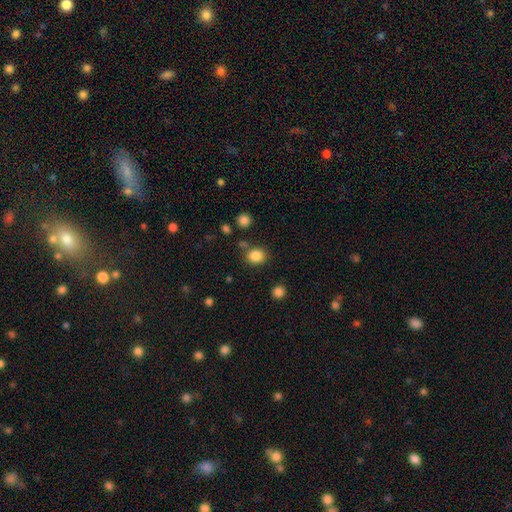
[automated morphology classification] smooth 85%, star or artifact 11%, featured or disk 4%. Down the decision tree: how rounded — round (67%); merging — none (80%).